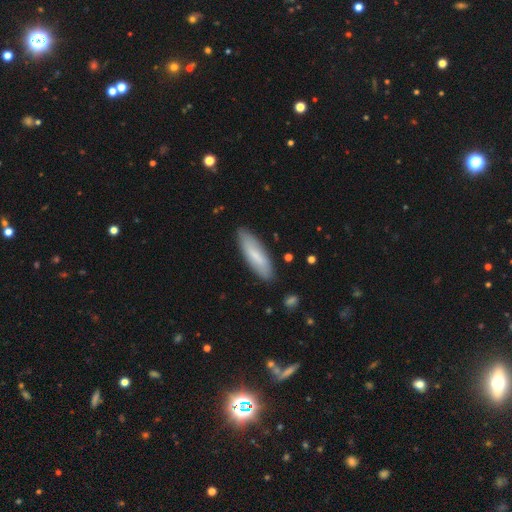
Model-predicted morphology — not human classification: Overall: smooth (72%). How rounded: cigar-shaped (56%; in between 42%). Merging: none (85%).